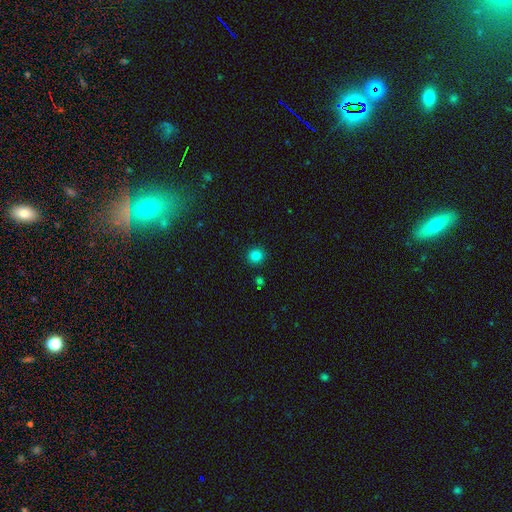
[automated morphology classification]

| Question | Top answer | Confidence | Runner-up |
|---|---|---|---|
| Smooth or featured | smooth | 82% | star or artifact (13%) |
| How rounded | round | 94% | in between (5%) |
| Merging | none | 92% | minor disturbance (5%) |